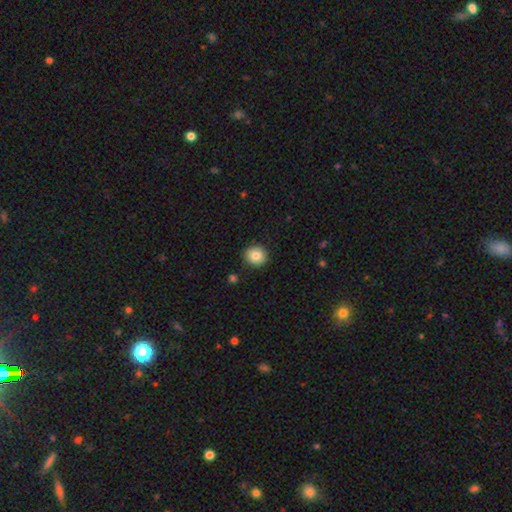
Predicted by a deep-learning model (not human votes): This appears to be a smooth galaxy with no disk features (83%) that is round (87%). Merging: none (90%).